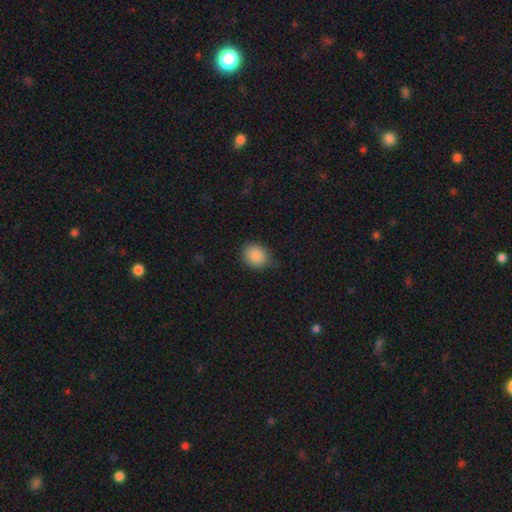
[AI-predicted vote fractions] Q: Smooth or featured?
A: smooth (85%); runner-up: star or artifact (9%)
Q: How rounded?
A: round (62%); runner-up: in between (37%)
Q: Merging?
A: none (69%); runner-up: minor disturbance (25%)